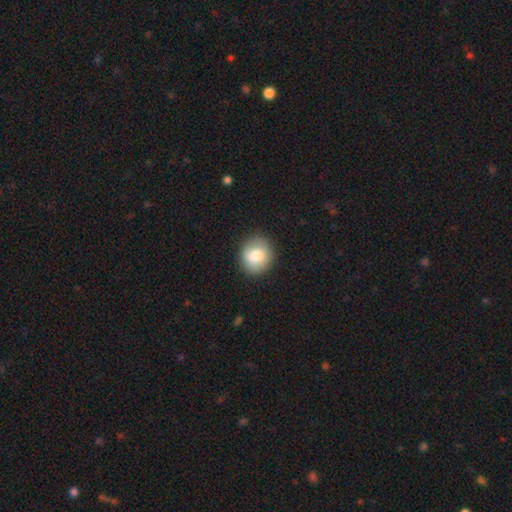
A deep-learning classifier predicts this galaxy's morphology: smooth_or_featured: smooth (p=0.79) [alt: featured or disk p=0.13]
how_rounded: round (p=0.78) [alt: in between p=0.21]
merging: none (p=0.88) [alt: minor disturbance p=0.09]